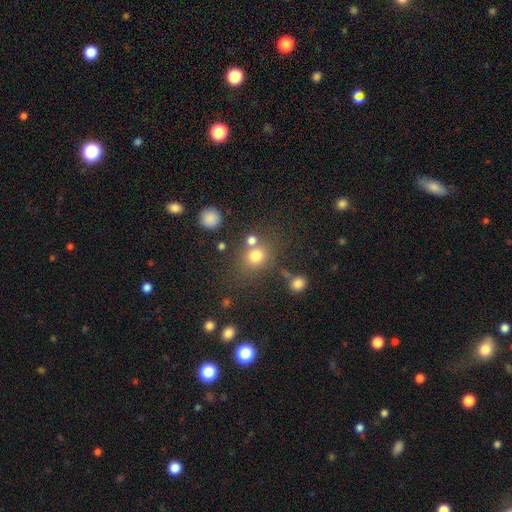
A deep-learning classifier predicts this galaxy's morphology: This appears to be a smooth galaxy with no disk features (75%) that is round (76%). Merging: none (62%).